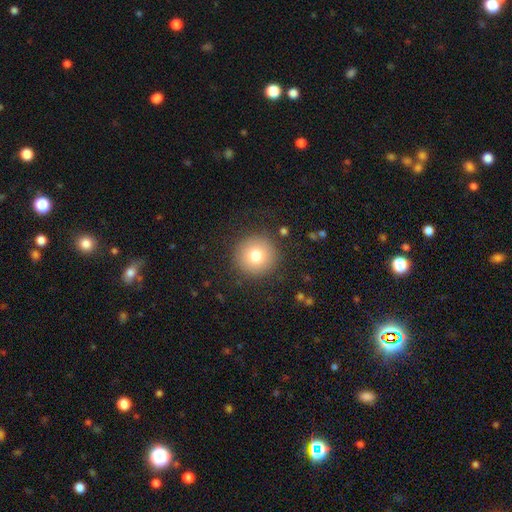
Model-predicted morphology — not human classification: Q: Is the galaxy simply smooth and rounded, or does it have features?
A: smooth — 77%.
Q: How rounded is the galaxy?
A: round — 96%.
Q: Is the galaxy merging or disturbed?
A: none — 88%.